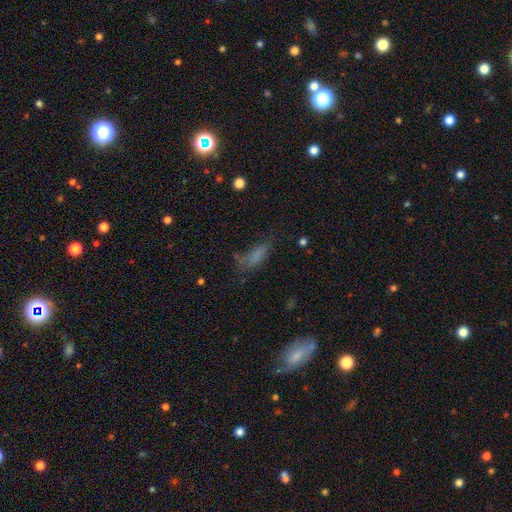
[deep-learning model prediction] smooth-or-featured: smooth: 71% | featured or disk: 15% | star or artifact: 15%
  how-rounded: in between: 60% | cigar-shaped: 37% | round: 3%
  merging: none: 51% | minor disturbance: 27% | major disturbance: 17% | merger: 5%